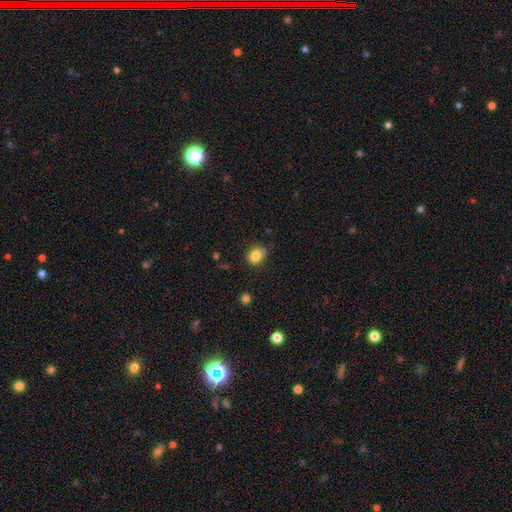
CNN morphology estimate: smooth 83%, star or artifact 11%, featured or disk 6%. Down the decision tree: how rounded — round (64%); merging — none (77%).